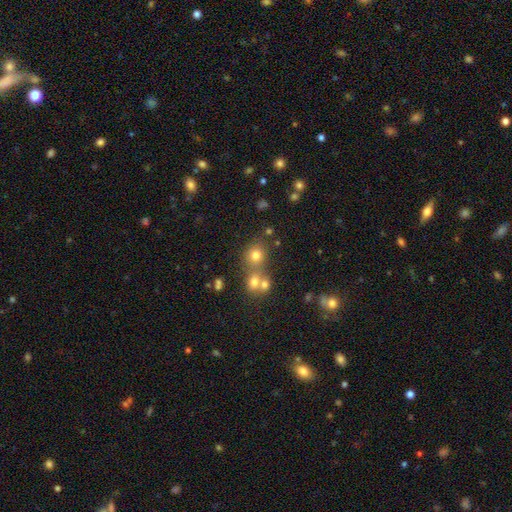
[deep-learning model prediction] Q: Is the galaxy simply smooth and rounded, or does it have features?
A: smooth — 72%.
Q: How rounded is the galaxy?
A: round — 82%.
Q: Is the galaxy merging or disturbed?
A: none — 57%.